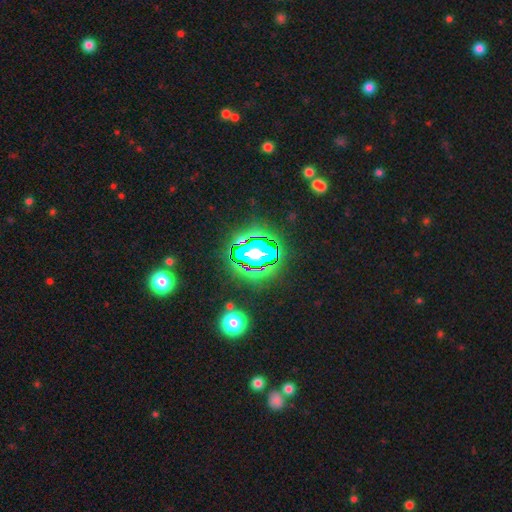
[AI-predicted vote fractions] Morphology: type=star or artifact (69%).